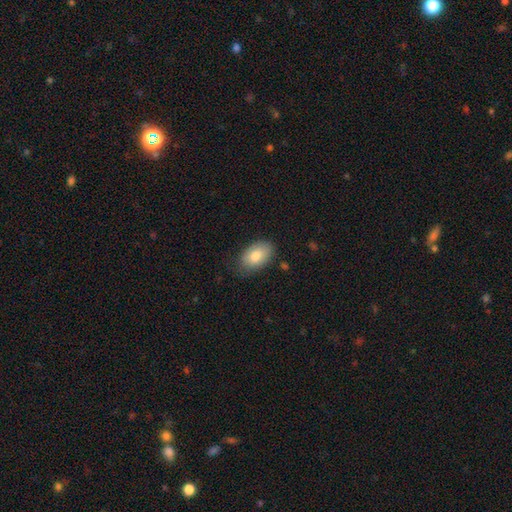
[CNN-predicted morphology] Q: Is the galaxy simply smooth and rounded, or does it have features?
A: smooth — 81%.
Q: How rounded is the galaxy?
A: in between — 92%.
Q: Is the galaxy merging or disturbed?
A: none — 73%.